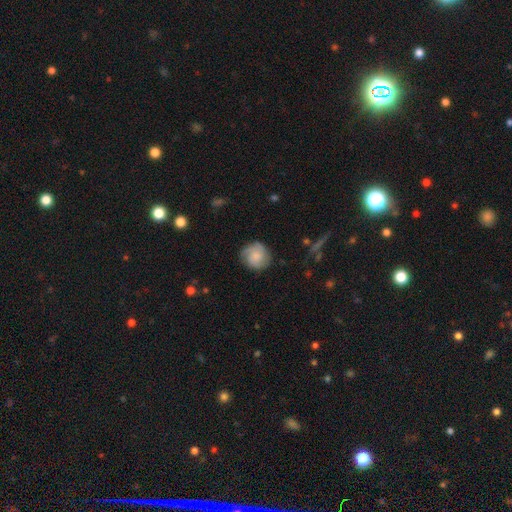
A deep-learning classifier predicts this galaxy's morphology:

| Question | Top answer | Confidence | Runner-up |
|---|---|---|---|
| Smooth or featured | smooth | 52% | featured or disk (40%) |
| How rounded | round | 87% | in between (12%) |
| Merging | none | 74% | minor disturbance (18%) |